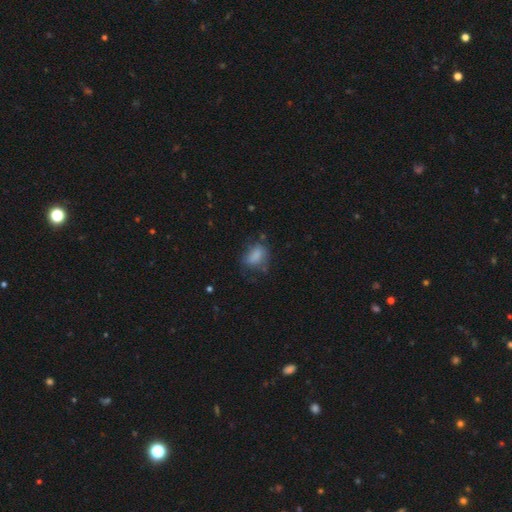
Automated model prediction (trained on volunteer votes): This is likely a smooth galaxy (77%). How rounded: likely in between (78%). Merging: possibly none (50%).